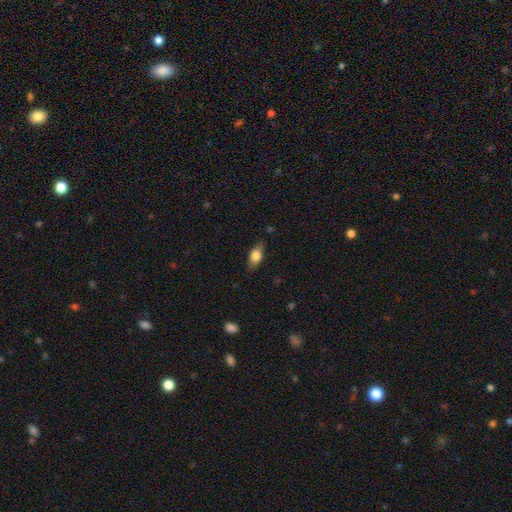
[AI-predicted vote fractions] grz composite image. It shows a smooth galaxy with no disk features (75%) that is in between round and cigar-shaped (83%). Merging: none (79%).